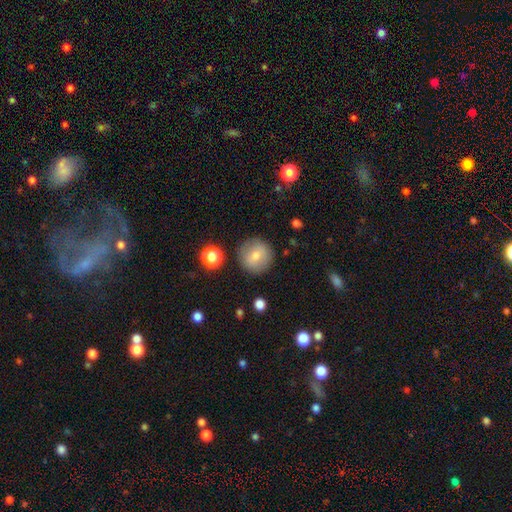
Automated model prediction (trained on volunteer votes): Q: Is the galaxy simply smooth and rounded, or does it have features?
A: smooth — 73%.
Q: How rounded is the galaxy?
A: round — 95%.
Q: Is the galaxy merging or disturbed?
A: none — 87%.